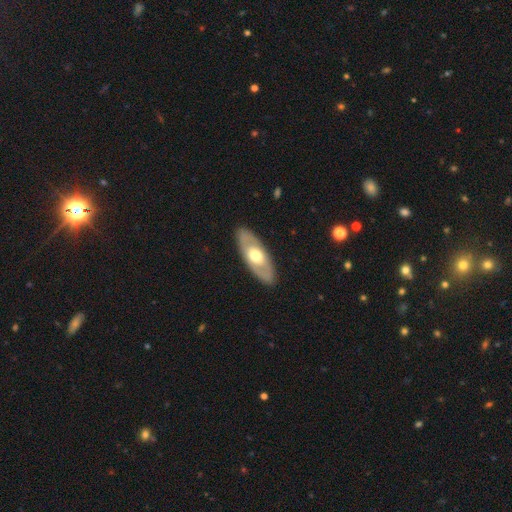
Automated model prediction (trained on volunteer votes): smooth_or_featured: featured or disk (p=0.52) [alt: smooth p=0.43]
disk_edge_on: no (p=0.77) [alt: yes p=0.23]
merging: none (p=0.87) [alt: minor disturbance p=0.09]